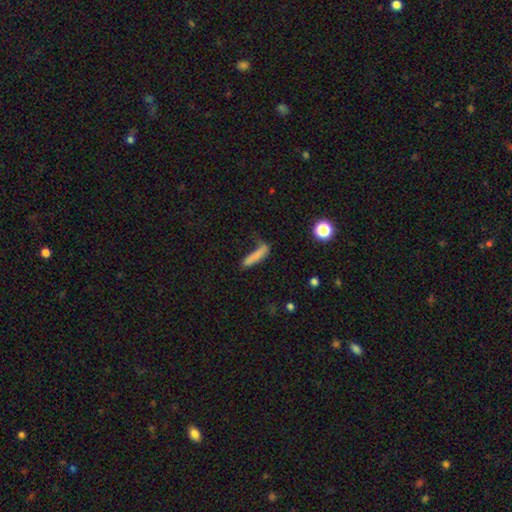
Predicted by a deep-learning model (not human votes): Smooth or featured? smooth (77%)
How rounded? cigar-shaped (84%)
Merging? none (51%)